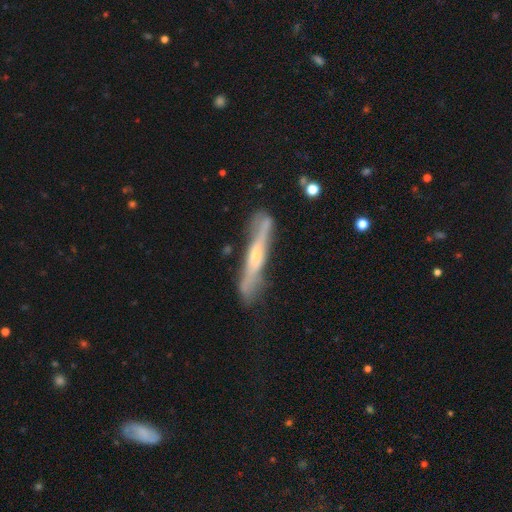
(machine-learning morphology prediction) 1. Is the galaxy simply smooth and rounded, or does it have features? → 69% featured or disk, 24% smooth, 7% star or artifact.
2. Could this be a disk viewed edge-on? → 85% yes, 15% no.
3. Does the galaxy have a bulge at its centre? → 65% rounded, 28% none, 7% boxy.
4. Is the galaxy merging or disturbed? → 70% none, 21% minor disturbance, 5% major disturbance, 3% merger.